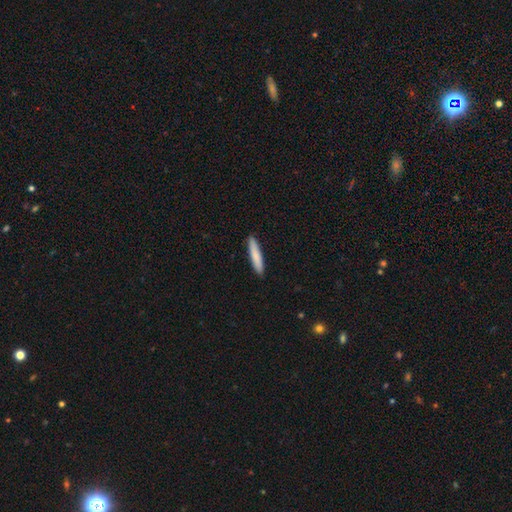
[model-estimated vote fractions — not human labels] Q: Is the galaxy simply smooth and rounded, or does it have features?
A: smooth — 82%.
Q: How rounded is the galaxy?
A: cigar-shaped — 91%.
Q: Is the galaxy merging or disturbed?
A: none — 91%.